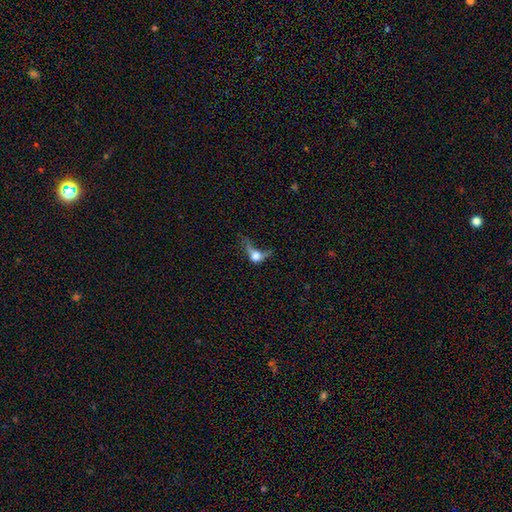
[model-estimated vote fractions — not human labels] Smooth or featured? smooth (55%)
How rounded? in between (48%)
Merging? major disturbance (54%)